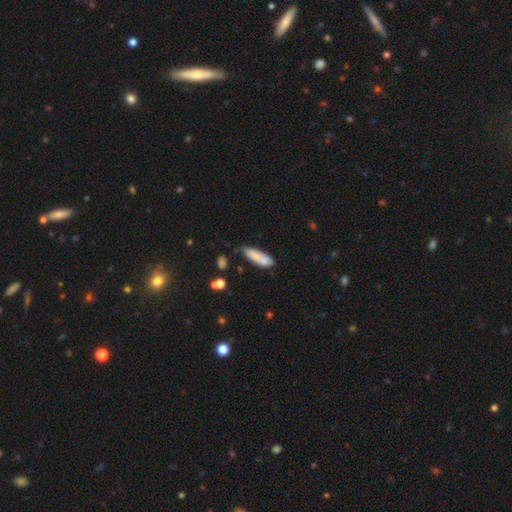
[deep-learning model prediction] smooth-or-featured: smooth: 81% | featured or disk: 12% | star or artifact: 7%
  how-rounded: in between: 50% | cigar-shaped: 48% | round: 2%
  merging: none: 56% | minor disturbance: 30% | merger: 7% | major disturbance: 7%